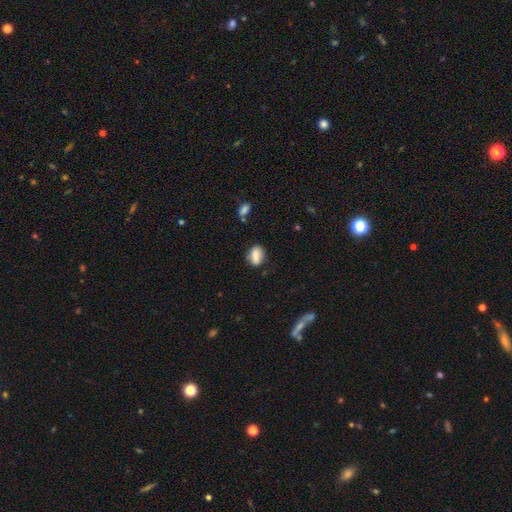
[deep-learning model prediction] smooth 77%, featured or disk 15%, star or artifact 8%. Down the decision tree: how rounded — in between (72%); merging — none (80%).